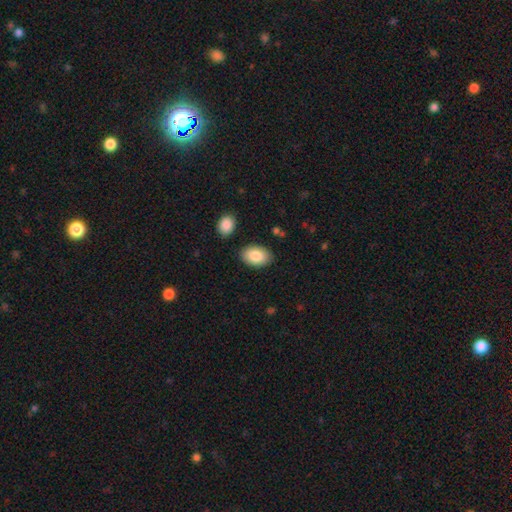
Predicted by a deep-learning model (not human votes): Smooth or featured?
  - smooth: 86% *
  - featured or disk: 8%
  - star or artifact: 6%
How rounded?
  - in between: 91% *
  - round: 8%
  - cigar-shaped: 1%
Merging?
  - none: 85% *
  - minor disturbance: 10%
  - merger: 3%
  - major disturbance: 2%